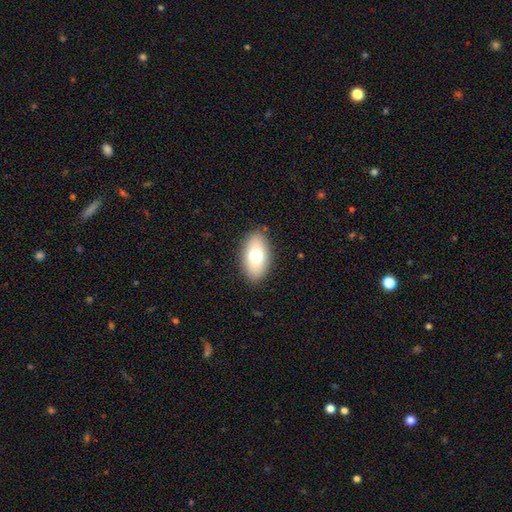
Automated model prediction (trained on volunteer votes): Smooth or featured? Predicted: smooth (p=0.70). How rounded? Predicted: in between (p=0.91). Merging? Predicted: none (p=0.86).